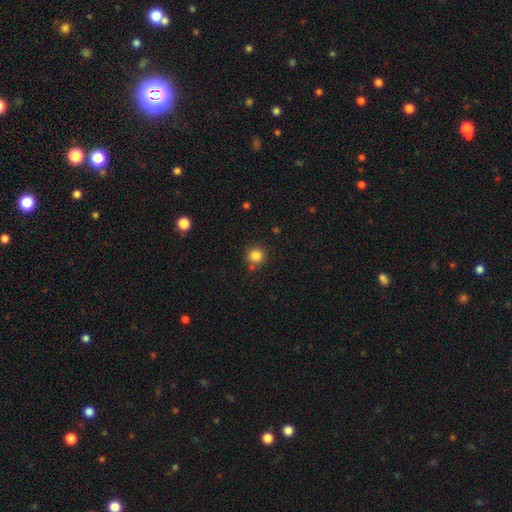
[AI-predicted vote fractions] The model was most divided on "merging": none: 79%, minor disturbance: 11%, merger: 7%, major disturbance: 3%. More confident: how rounded — round (92%); smooth or featured — smooth (84%).